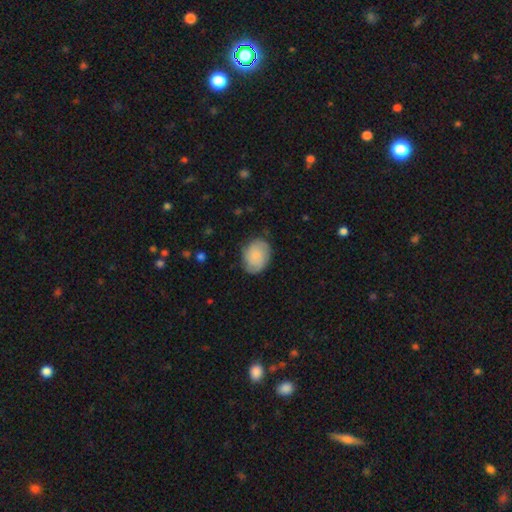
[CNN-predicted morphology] type=smooth (70%); roundness=in between (65%); merging=none (76%).